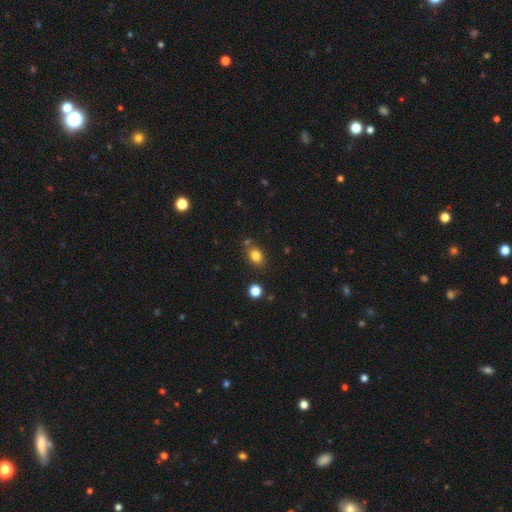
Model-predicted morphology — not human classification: Overall: smooth (81%). How rounded: in between (59%; round 40%). Merging: none (76%).